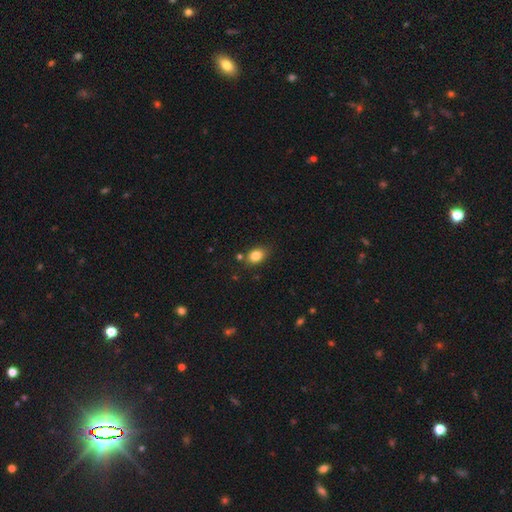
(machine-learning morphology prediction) Smooth or featured? smooth (83%)
How rounded? in between (71%)
Merging? none (78%)